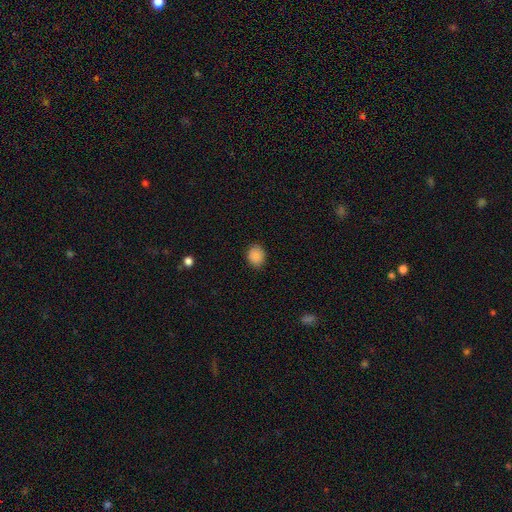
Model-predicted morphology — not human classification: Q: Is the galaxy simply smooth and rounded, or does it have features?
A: smooth — 87%.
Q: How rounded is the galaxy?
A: round — 58%.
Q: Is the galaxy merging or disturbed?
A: none — 88%.